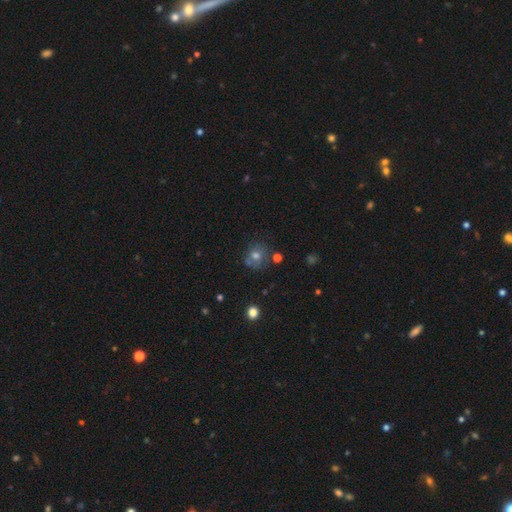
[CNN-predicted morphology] smooth 62%, featured or disk 20%, star or artifact 17%. Down the decision tree: how rounded — round (84%); merging — none (67%).